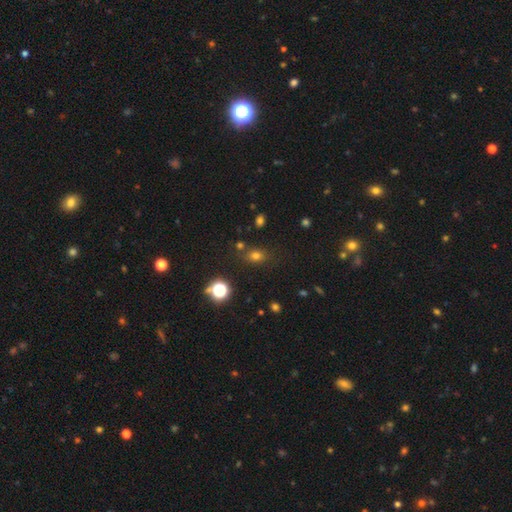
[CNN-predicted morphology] A smooth galaxy with no disk features (69%) that is round (51%). Merging: none (75%).